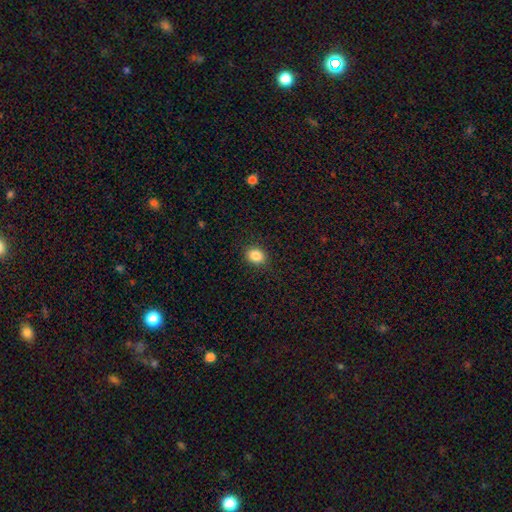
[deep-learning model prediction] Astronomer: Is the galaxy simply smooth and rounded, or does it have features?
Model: smooth — 85%.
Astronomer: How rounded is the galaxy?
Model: round — 50% (runner-up: in between, 49%).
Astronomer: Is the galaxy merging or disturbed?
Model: none — 88%.